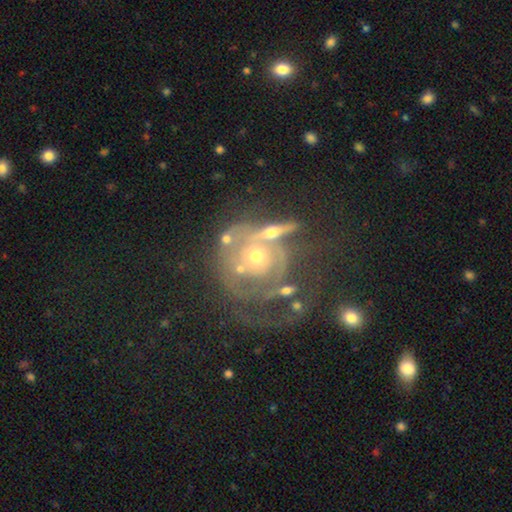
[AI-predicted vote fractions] The model was most divided on "merging" (2-way tie): major disturbance: 32%, none: 32%, merger: 20%, minor disturbance: 15%. Remaining: edge-on disk — no (96%); bar — no (85%); smooth or featured — featured or disk (70%); spiral arms — yes (56%); bulge size — moderate (49%).